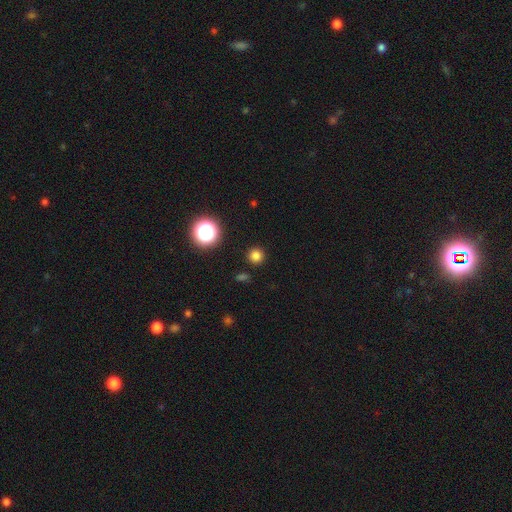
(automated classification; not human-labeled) smooth_or_featured: smooth (p=0.78) [alt: star or artifact p=0.18]
how_rounded: round (p=0.95) [alt: in between p=0.04]
merging: none (p=0.91) [alt: minor disturbance p=0.05]